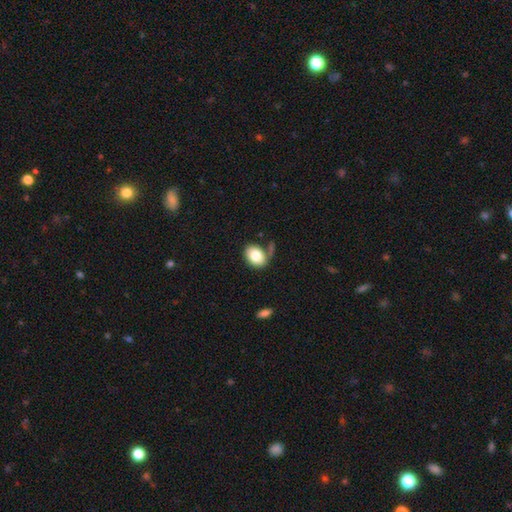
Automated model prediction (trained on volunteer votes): smooth 81%, featured or disk 12%, star or artifact 8%. Down the decision tree: how rounded — in between (72%); merging — none (62%).